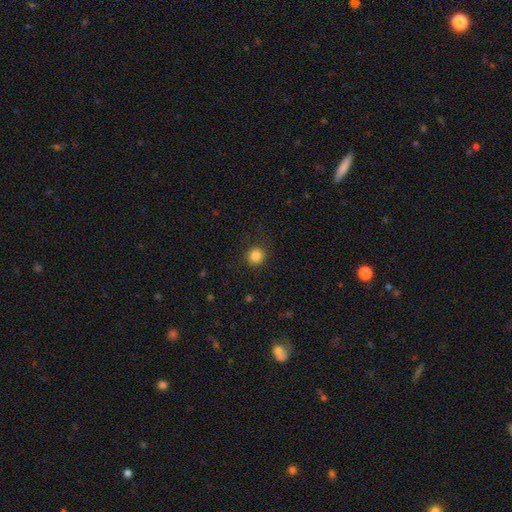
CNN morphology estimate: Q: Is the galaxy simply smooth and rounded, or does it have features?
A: smooth — 84%.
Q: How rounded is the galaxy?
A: round — 92%.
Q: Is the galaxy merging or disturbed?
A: none — 87%.